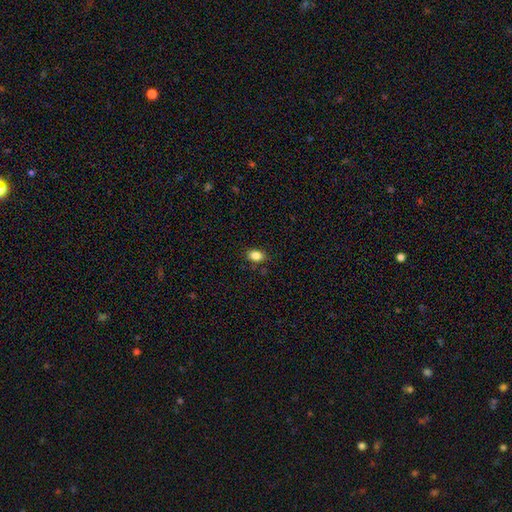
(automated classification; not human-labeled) smooth-or-featured: smooth: 85% | star or artifact: 10% | featured or disk: 5%
  how-rounded: in between: 78% | round: 20% | cigar-shaped: 1%
  merging: none: 85% | minor disturbance: 11% | major disturbance: 3% | merger: 2%